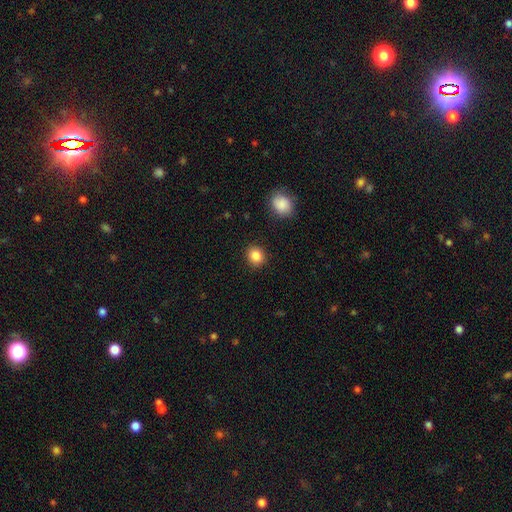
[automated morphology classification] This is clearly a smooth galaxy (86%). How rounded: likely round (76%). Merging: clearly none (90%).